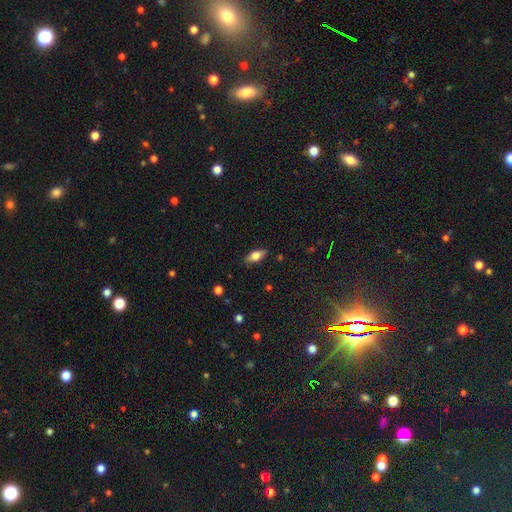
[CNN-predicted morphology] Smooth or featured: smooth — 71% (featured or disk — 21%)
How rounded: in between — 82% (cigar-shaped — 15%)
Merging: none — 86% (minor disturbance — 10%)